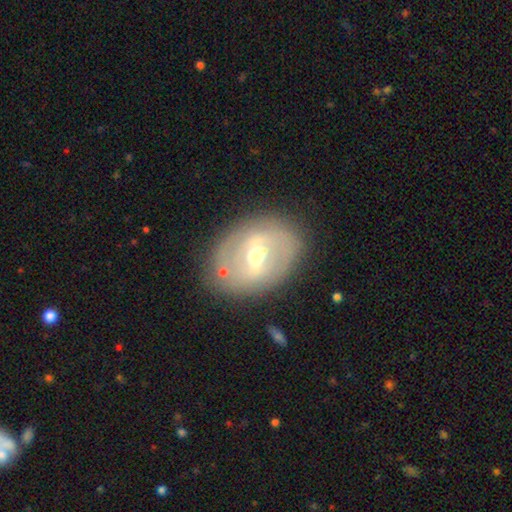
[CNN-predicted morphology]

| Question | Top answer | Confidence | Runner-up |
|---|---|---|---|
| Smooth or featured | featured or disk | 73% | smooth (20%) |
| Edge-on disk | no | 93% | yes (7%) |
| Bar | weak | 46% | strong (41%) |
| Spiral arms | yes | 56% | no (44%) |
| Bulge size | moderate | 66% | small (28%) |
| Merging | none | 78% | minor disturbance (14%) |